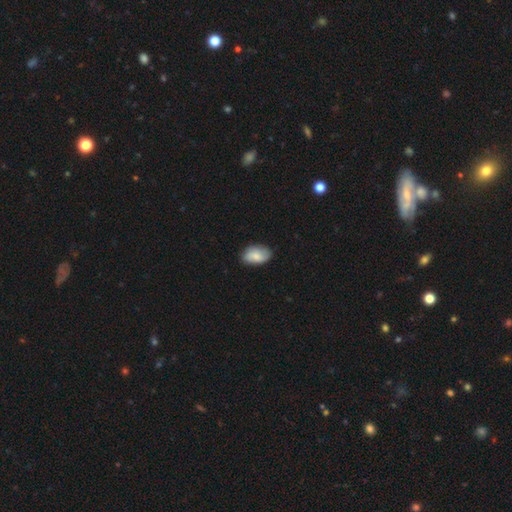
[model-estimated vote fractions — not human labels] A smooth galaxy with no disk features (78%) that is in between round and cigar-shaped (92%).

Vote fractions:
- Smooth or featured? smooth: 78% / featured or disk: 16% / star or artifact: 6%
- How rounded? in between: 92% / round: 7% / cigar-shaped: 2%
- Merging? none: 77% / minor disturbance: 19% / major disturbance: 3% / merger: 1%